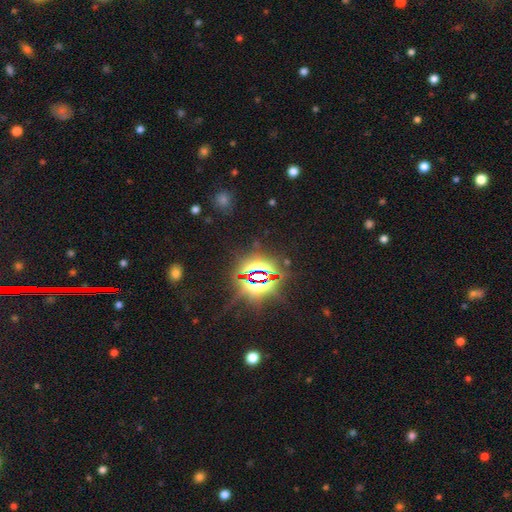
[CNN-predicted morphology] This is clearly a star or artifact rather than a galaxy (84%).